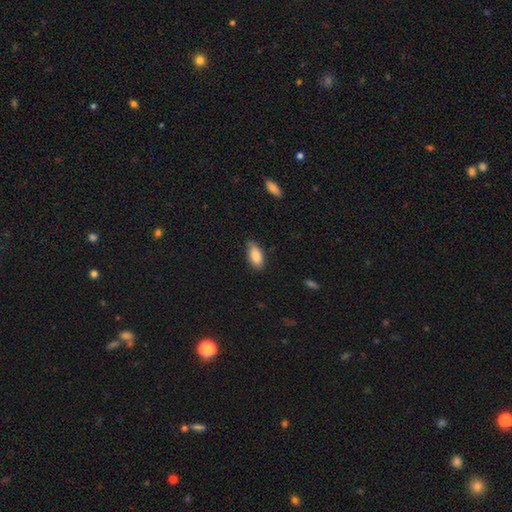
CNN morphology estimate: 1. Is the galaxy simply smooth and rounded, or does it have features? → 86% smooth, 7% featured or disk, 7% star or artifact.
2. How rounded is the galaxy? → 89% in between, 8% cigar-shaped, 3% round.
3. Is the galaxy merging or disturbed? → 73% none, 23% minor disturbance, 3% major disturbance, 1% merger.